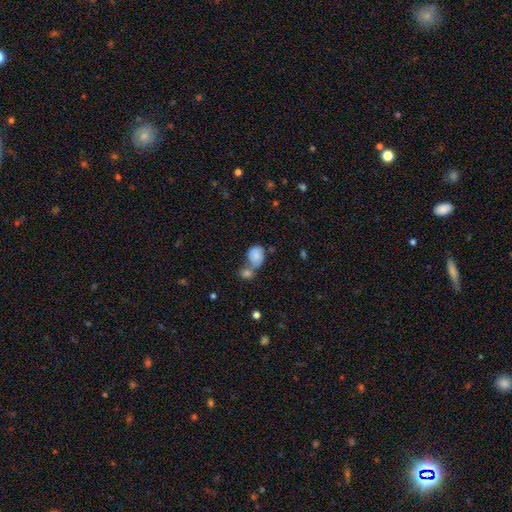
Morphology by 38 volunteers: A smooth galaxy with no disk features (89%) that is in between round and cigar-shaped (53%). Merging: merger (74%).